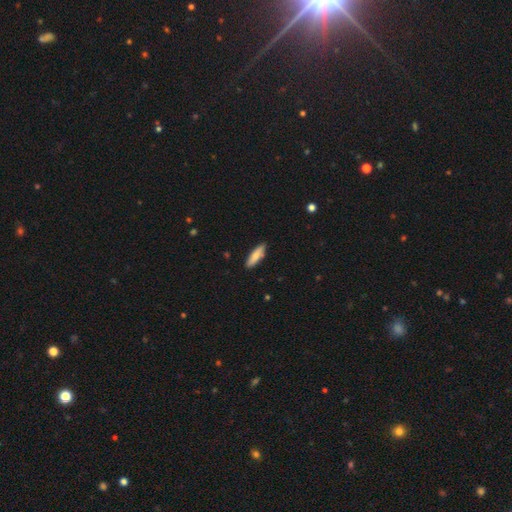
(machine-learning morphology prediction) smooth_or_featured: smooth (p=0.76) [alt: featured or disk p=0.18]
how_rounded: cigar-shaped (p=0.56) [alt: in between p=0.42]
merging: none (p=0.86) [alt: minor disturbance p=0.11]